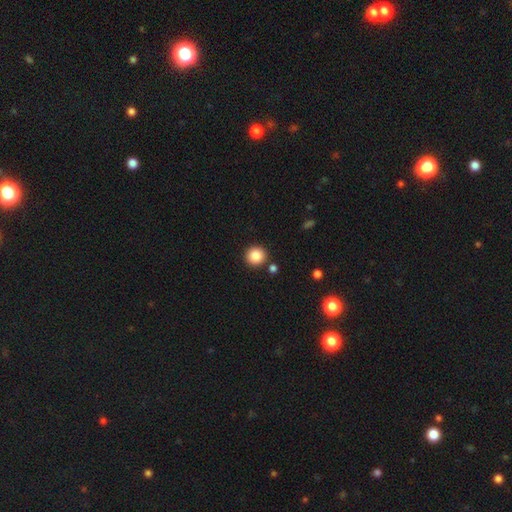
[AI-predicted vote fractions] The model was most divided on "smooth or featured": smooth: 86%, star or artifact: 10%, featured or disk: 5%. More confident: how rounded — round (93%); merging — none (88%).